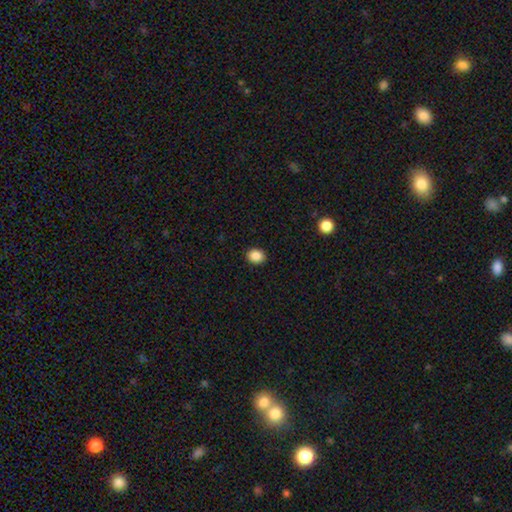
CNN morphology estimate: This appears to be a smooth galaxy with no disk features (88%) that is round (60%). Merging: none (91%).